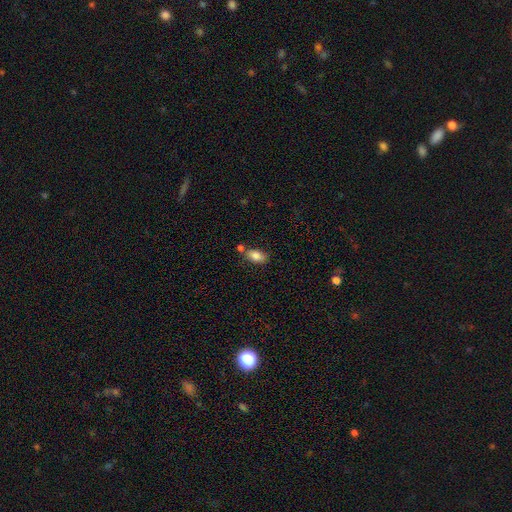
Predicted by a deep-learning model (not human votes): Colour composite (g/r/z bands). It shows a smooth galaxy with no disk features (84%) that is in between round and cigar-shaped (90%). Merging: none (64%).